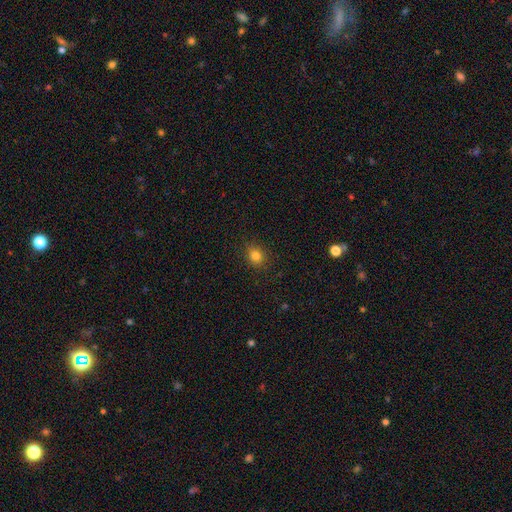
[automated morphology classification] smooth-or-featured: smooth: 82% | star or artifact: 13% | featured or disk: 6%
  how-rounded: round: 67% | in between: 32% | cigar-shaped: 1%
  merging: none: 88% | minor disturbance: 9% | major disturbance: 3% | merger: 1%